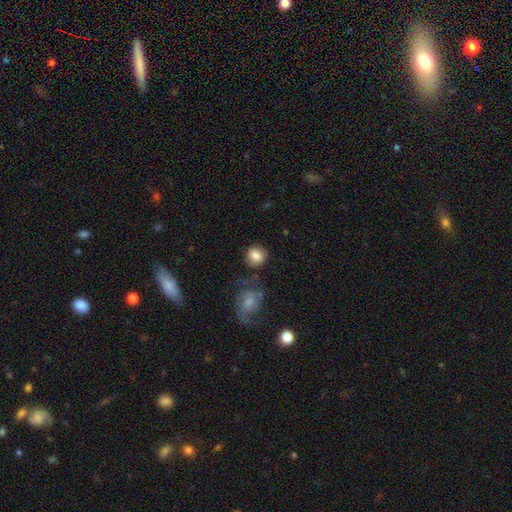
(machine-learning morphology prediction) smooth_or_featured: smooth (p=0.84) [alt: featured or disk p=0.09]
how_rounded: round (p=0.80) [alt: in between p=0.19]
merging: none (p=0.71) [alt: minor disturbance p=0.14]